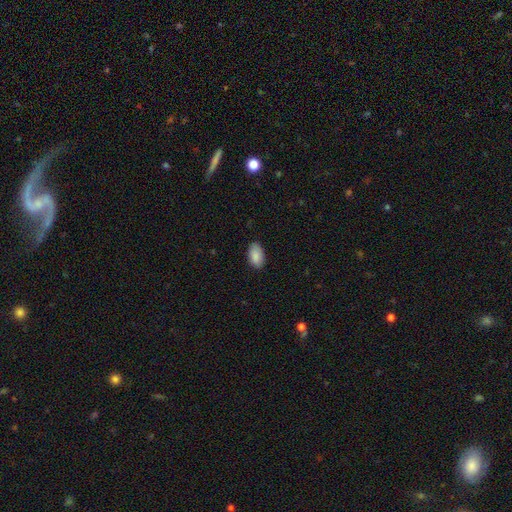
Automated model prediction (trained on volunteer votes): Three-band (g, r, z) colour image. It shows a smooth galaxy with no disk features (88%) that is in between round and cigar-shaped (94%). Merging: none (83%).